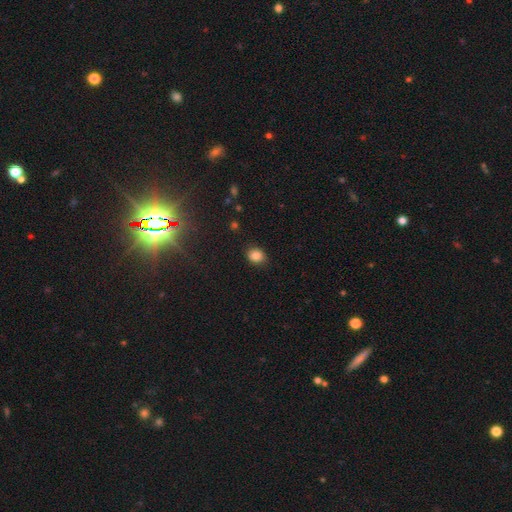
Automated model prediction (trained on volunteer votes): Smooth or featured?
  - smooth: 85% *
  - star or artifact: 11%
  - featured or disk: 4%
How rounded?
  - round: 59% *
  - in between: 40%
  - cigar-shaped: 1%
Merging?
  - none: 84% *
  - minor disturbance: 12%
  - major disturbance: 3%
  - merger: 1%